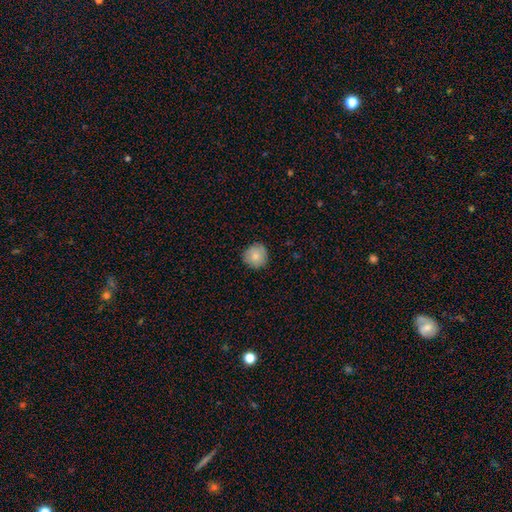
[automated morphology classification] This is clearly a smooth galaxy (82%). How rounded: clearly round (93%). Merging: clearly none (85%).